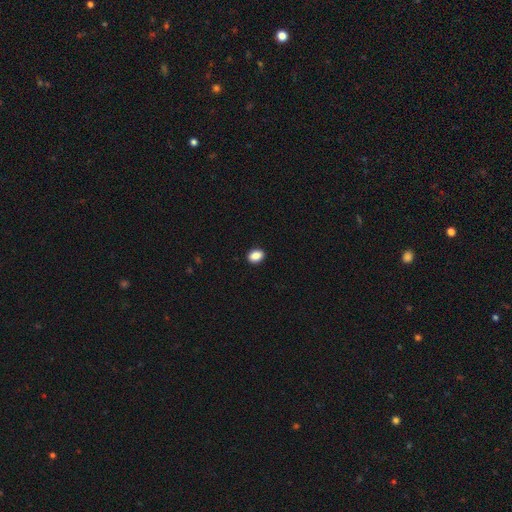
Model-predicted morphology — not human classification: This appears to be a smooth galaxy with no disk features (88%) that is in between round and cigar-shaped (71%). Merging: none (91%).